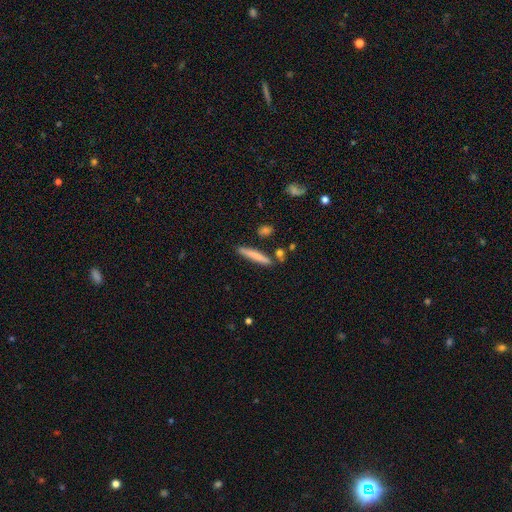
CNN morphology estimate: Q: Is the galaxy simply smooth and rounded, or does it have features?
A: smooth — 72%.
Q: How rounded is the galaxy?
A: cigar-shaped — 94%.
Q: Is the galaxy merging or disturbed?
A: none — 83%.